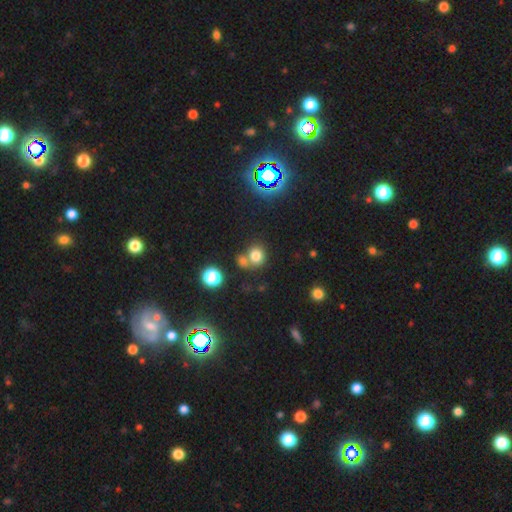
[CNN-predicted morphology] smooth-or-featured: smooth: 74% | star or artifact: 17% | featured or disk: 8%
  how-rounded: round: 80% | in between: 19% | cigar-shaped: 1%
  merging: none: 53% | merger: 35% | minor disturbance: 9% | major disturbance: 4%